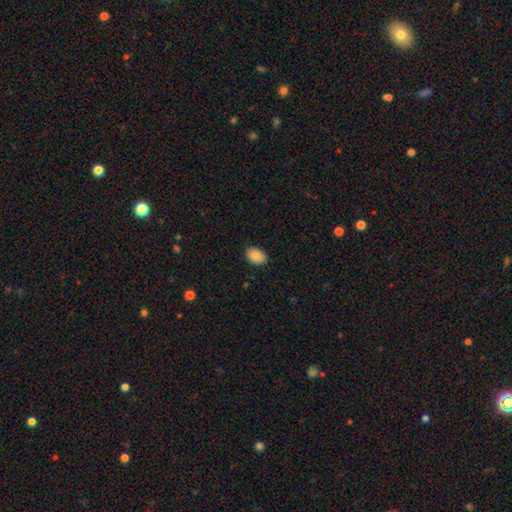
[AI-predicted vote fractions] smooth-or-featured: smooth: 89% | star or artifact: 7% | featured or disk: 4%
  how-rounded: in between: 86% | round: 13% | cigar-shaped: 1%
  merging: none: 87% | minor disturbance: 10% | major disturbance: 2% | merger: 1%